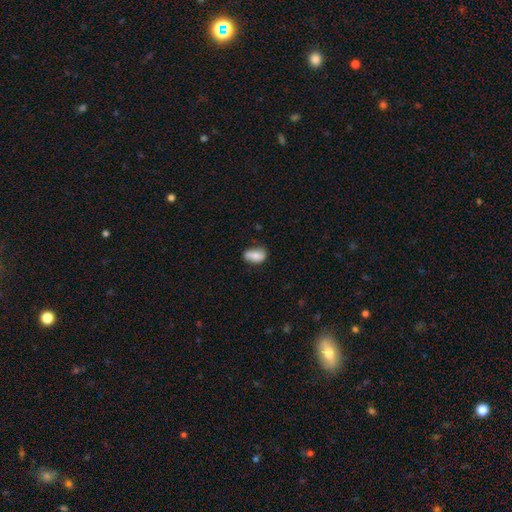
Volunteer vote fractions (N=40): Smooth or featured? smooth (75%)
How rounded? in between (93%)
Merging? none (43%)